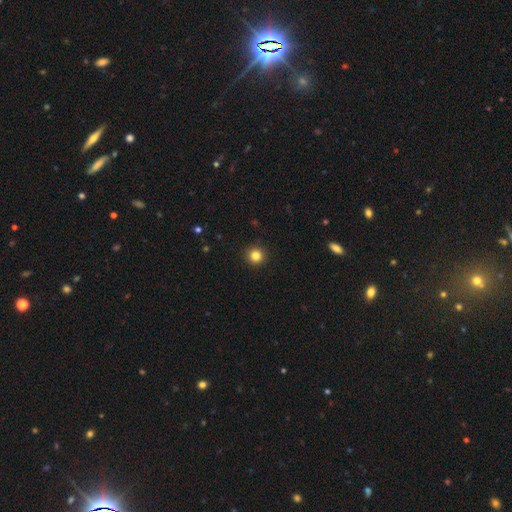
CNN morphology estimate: Smooth or featured: smooth — 83% (star or artifact — 12%)
How rounded: round — 95% (in between — 4%)
Merging: none — 93% (minor disturbance — 4%)